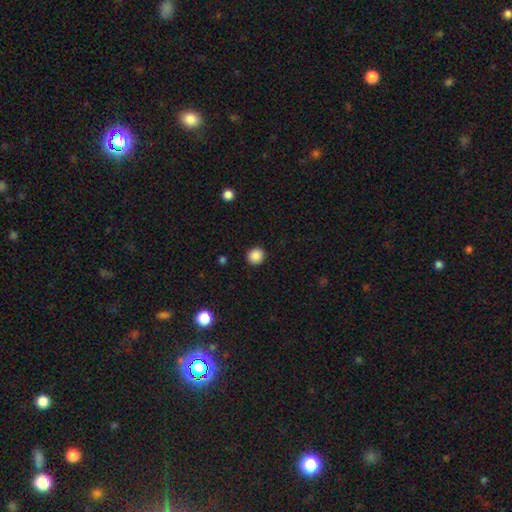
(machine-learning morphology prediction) Q: Smooth or featured?
A: smooth (87%); runner-up: star or artifact (10%)
Q: How rounded?
A: round (92%); runner-up: in between (7%)
Q: Merging?
A: none (92%); runner-up: minor disturbance (5%)